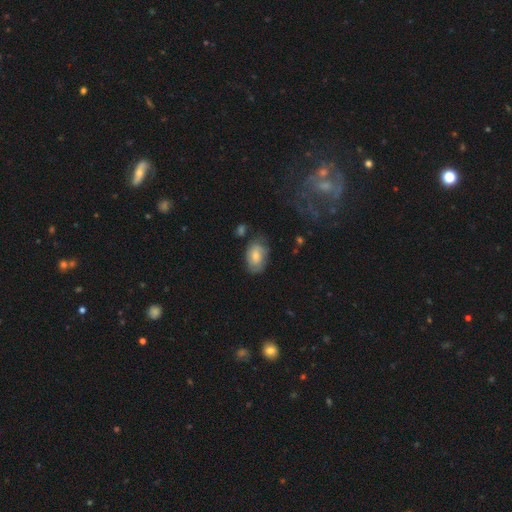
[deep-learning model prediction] Smooth or featured? Predicted: smooth (p=0.64). How rounded? Predicted: in between (p=0.87). Merging? Predicted: none (p=0.62).